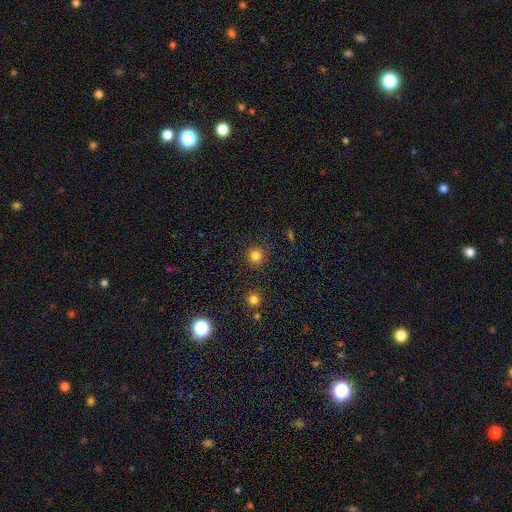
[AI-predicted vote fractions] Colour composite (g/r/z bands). It shows a smooth galaxy with no disk features (81%) that is round (94%). Merging: none (90%).